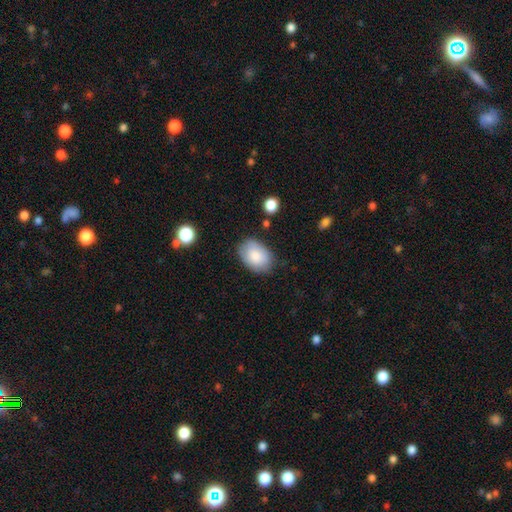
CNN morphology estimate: A smooth galaxy with no disk features (82%) that is in between round and cigar-shaped (83%). Merging: none (77%).